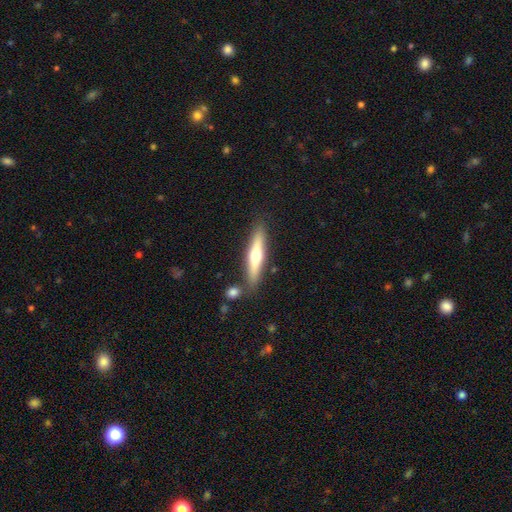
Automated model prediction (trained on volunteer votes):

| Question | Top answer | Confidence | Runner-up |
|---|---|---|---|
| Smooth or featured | featured or disk | 49% | smooth (45%) |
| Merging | none | 81% | minor disturbance (11%) |